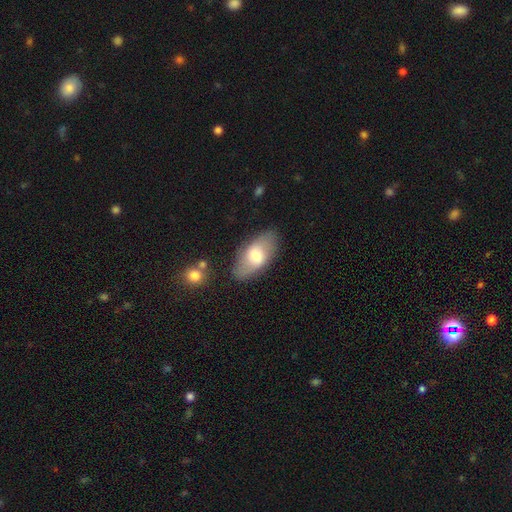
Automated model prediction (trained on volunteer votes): A smooth galaxy with no disk features (64%) that is in between round and cigar-shaped (91%). Merging: none (78%).